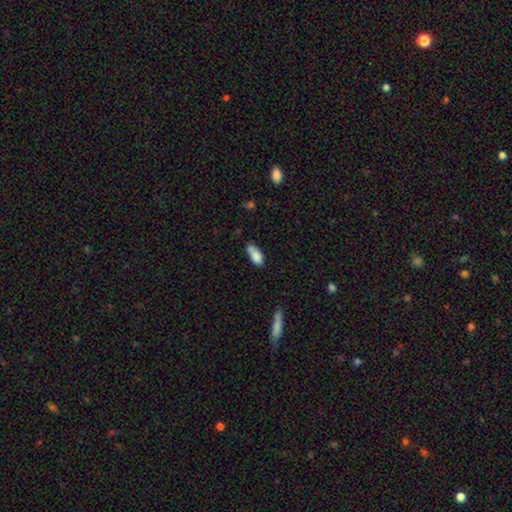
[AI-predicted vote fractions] smooth 84%, featured or disk 8%, star or artifact 7%. Down the decision tree: how rounded — in between (81%); merging — none (58%).